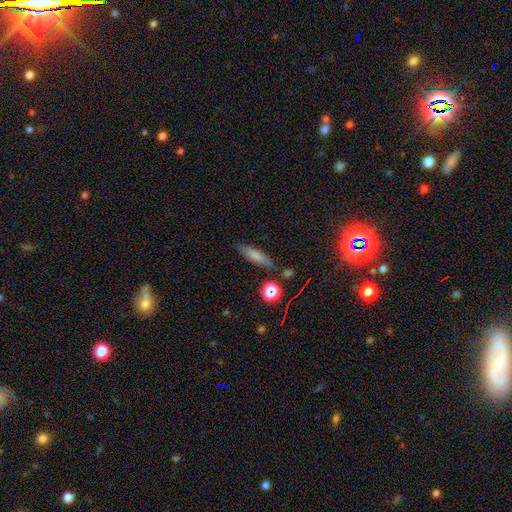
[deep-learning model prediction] Overall: smooth (73%). How rounded: cigar-shaped (68%; in between 29%). Merging: none (80%).